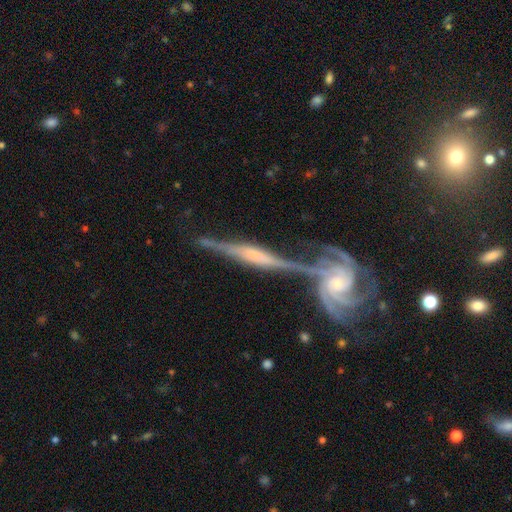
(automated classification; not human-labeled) Q: Smooth or featured?
A: featured or disk (84%); runner-up: smooth (10%)
Q: Edge-on disk?
A: yes (75%); runner-up: no (25%)
Q: Edge-on bulge?
A: rounded (48%); runner-up: none (29%)
Q: Merging?
A: none (40%); runner-up: merger (39%)